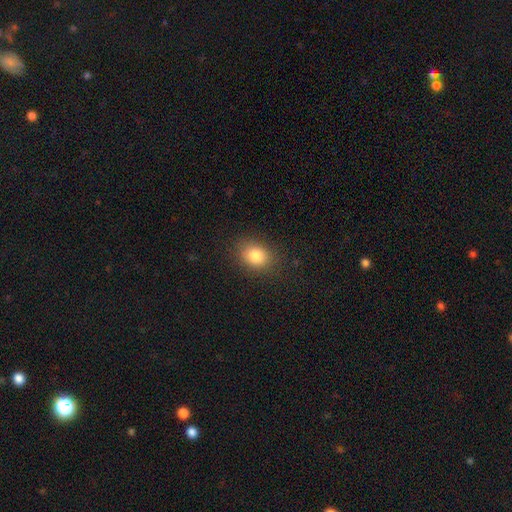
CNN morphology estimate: smooth-or-featured: smooth: 82% | star or artifact: 11% | featured or disk: 7%
  how-rounded: in between: 54% | round: 45% | cigar-shaped: 1%
  merging: none: 86% | minor disturbance: 10% | major disturbance: 3% | merger: 1%